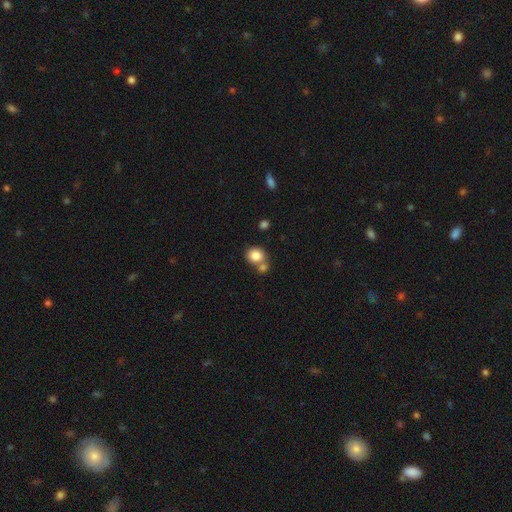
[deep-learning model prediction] Smooth or featured? smooth (83%)
How rounded? round (78%)
Merging? none (52%)